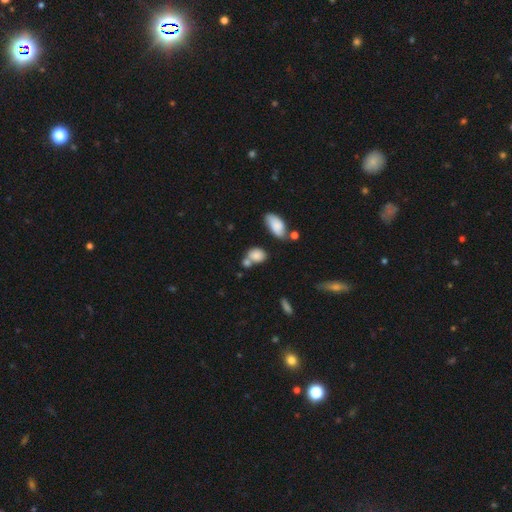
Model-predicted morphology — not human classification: Smooth or featured: smooth — 81% (star or artifact — 10%)
How rounded: in between — 61% (round — 37%)
Merging: none — 44% (merger — 36%)